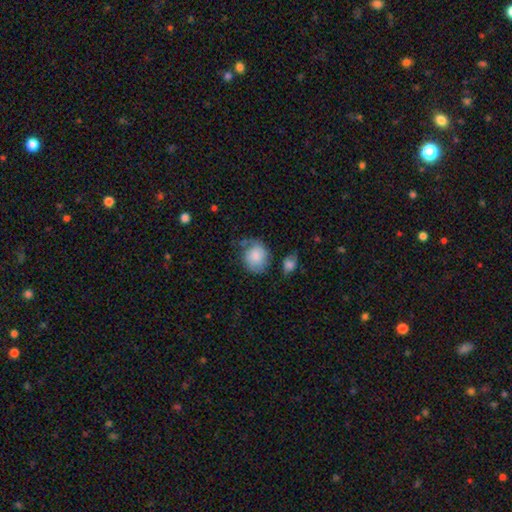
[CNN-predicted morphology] Smooth or featured? smooth (74%)
How rounded? round (66%)
Merging? none (46%)